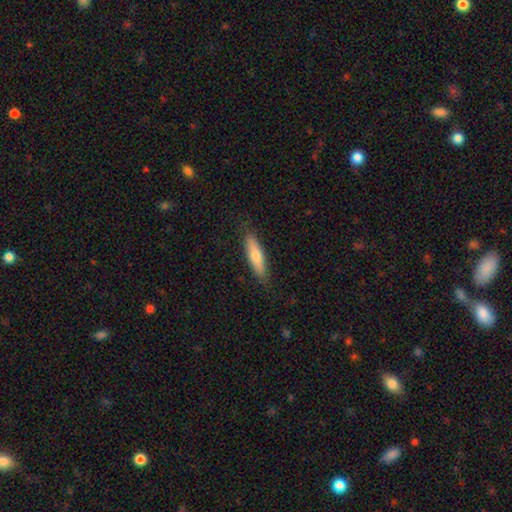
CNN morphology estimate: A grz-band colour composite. It shows a smooth galaxy with no disk features (66%) that is cigar-shaped (72%). Merging: none (85%).